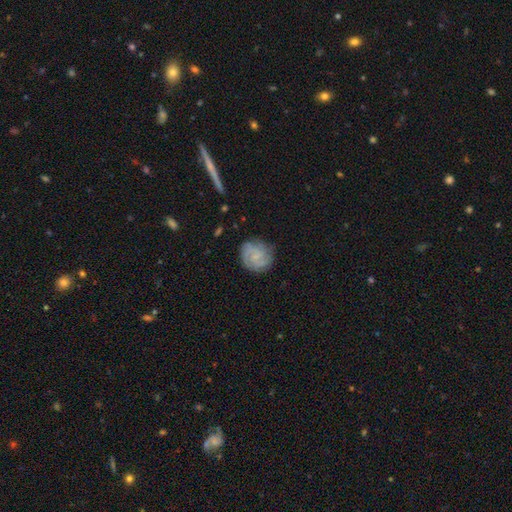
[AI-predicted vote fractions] smooth-or-featured: featured or disk: 59% | smooth: 33% | star or artifact: 8%
  disk-edge-on: no: 98% | yes: 2%
    bar: no: 65% | weak: 30% | strong: 5%
    has-spiral-arms: yes: 89% | no: 11%
      spiral-winding: tight: 52% | medium: 36% | loose: 12%
      spiral-arm-count: can't tell: 29% | 2: 26% | 3: 26% | 4: 8% | 1: 5% | more than 4: 5%
    bulge-size: none: 42% (tied) | small: 42% (tied) | moderate: 13% | large: 2% | dominant: 1%
  merging: none: 78% | minor disturbance: 16% | major disturbance: 5% | merger: 1%